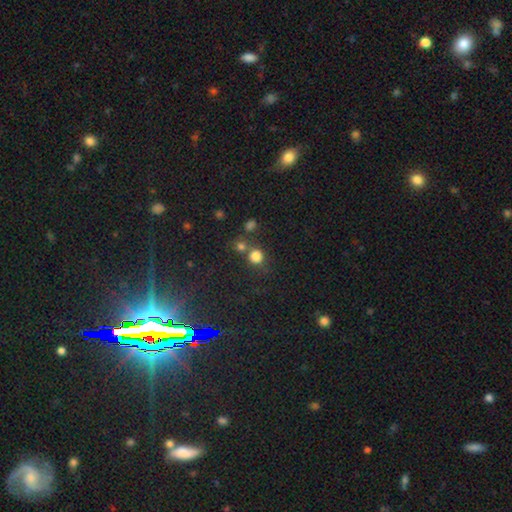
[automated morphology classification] Smooth or featured? smooth (78%)
How rounded? round (87%)
Merging? none (61%)